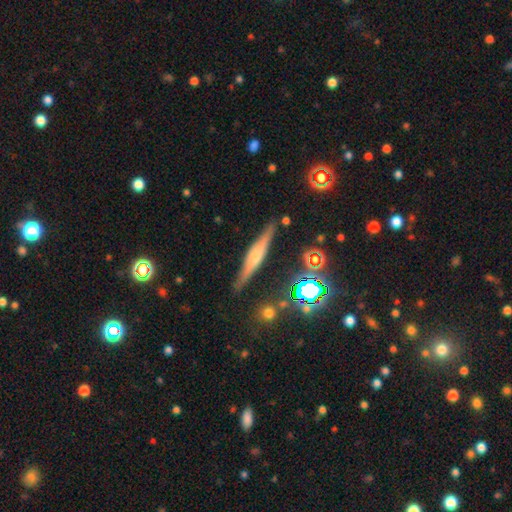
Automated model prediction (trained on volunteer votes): Smooth or featured: featured or disk — 65% (smooth — 25%)
Edge-on disk: yes — 96% (no — 4%)
Edge-on bulge: rounded — 79% (boxy — 13%)
Merging: none — 86% (minor disturbance — 10%)